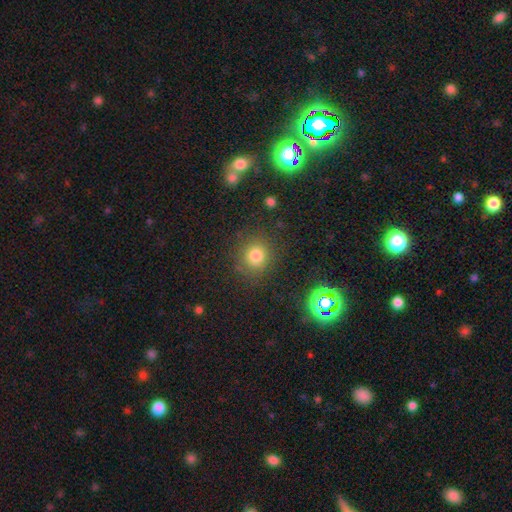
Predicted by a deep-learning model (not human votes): Smooth or featured? smooth (78%)
How rounded? round (86%)
Merging? none (84%)